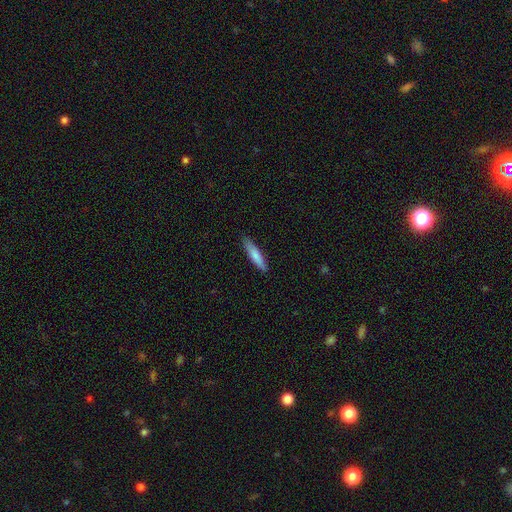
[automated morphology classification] Smooth or featured: smooth — 78% (featured or disk — 17%)
How rounded: cigar-shaped — 85% (in between — 14%)
Merging: none — 88% (minor disturbance — 10%)